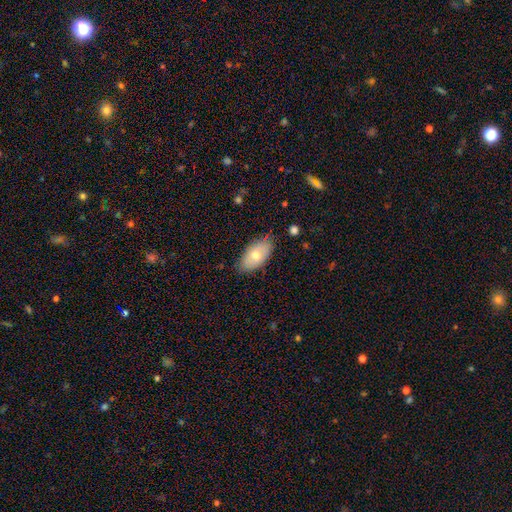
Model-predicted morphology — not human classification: type=smooth (70%); roundness=in between (94%); merging=none (78%).